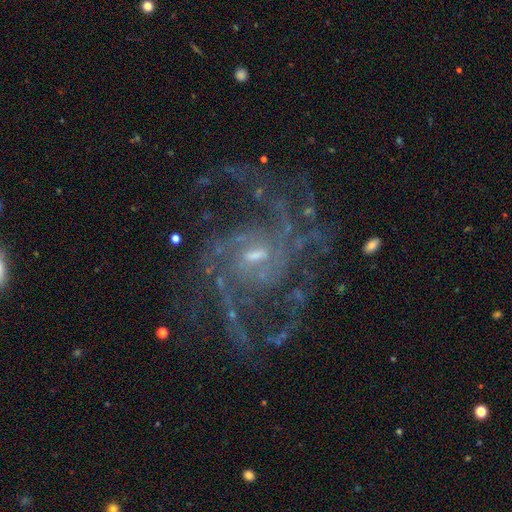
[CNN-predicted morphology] A featured or disk galaxy (90%) with a weak bar (59%), 2 (36%) medium (53%) spiral arms (97%) and a small central bulge (58%). Merging: none (62%).